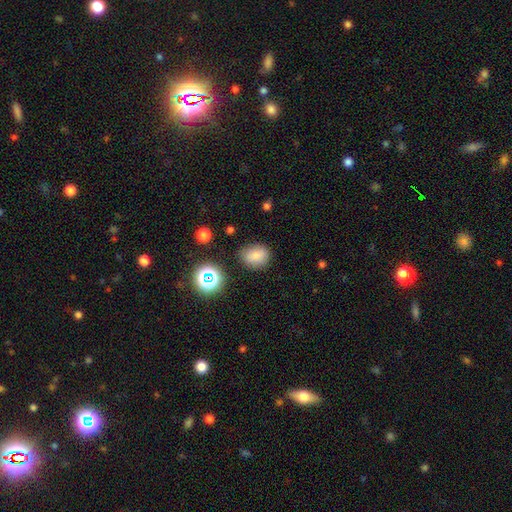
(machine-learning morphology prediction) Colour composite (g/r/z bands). It shows a smooth galaxy with no disk features (78%) that is in between round and cigar-shaped (52%). Merging: none (77%).